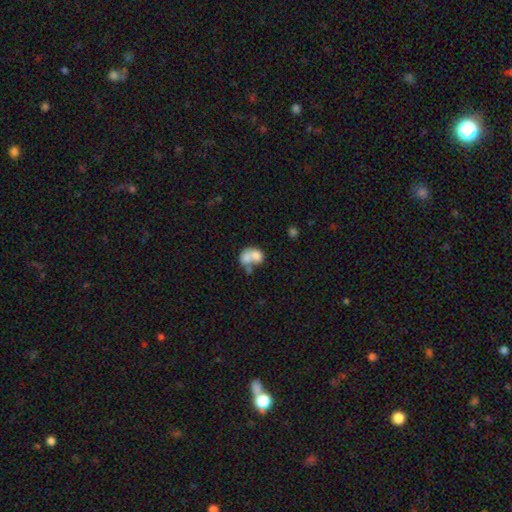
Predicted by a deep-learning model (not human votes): Smooth or featured? Predicted: smooth (p=0.69). How rounded? Predicted: in between (p=0.59). Merging? Predicted: merger (p=0.69).